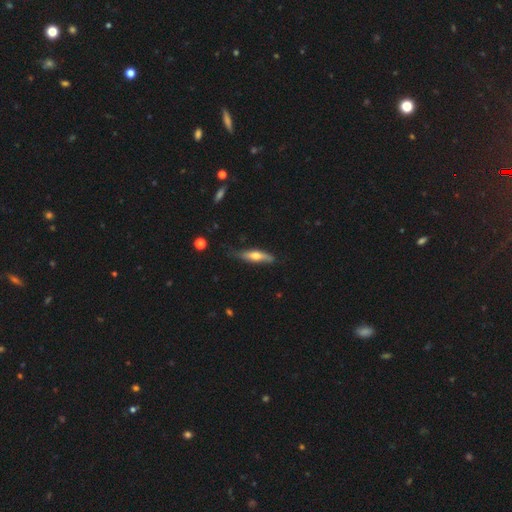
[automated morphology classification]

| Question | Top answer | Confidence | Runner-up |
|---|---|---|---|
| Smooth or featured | smooth | 51% | featured or disk (43%) |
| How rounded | cigar-shaped | 71% | in between (27%) |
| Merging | none | 68% | minor disturbance (26%) |